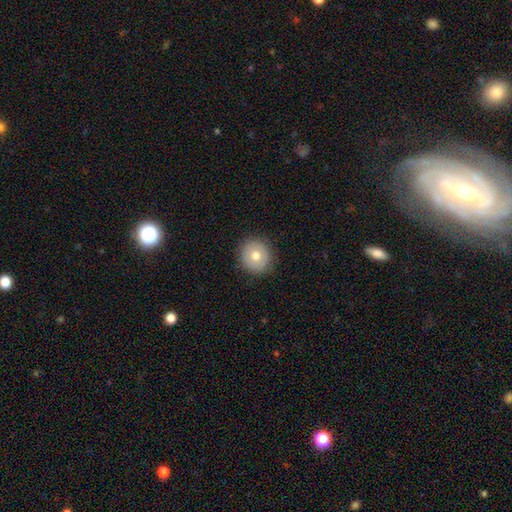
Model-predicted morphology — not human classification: Smooth or featured? Predicted: smooth (p=0.67). How rounded? Predicted: round (p=0.90). Merging? Predicted: none (p=0.89).